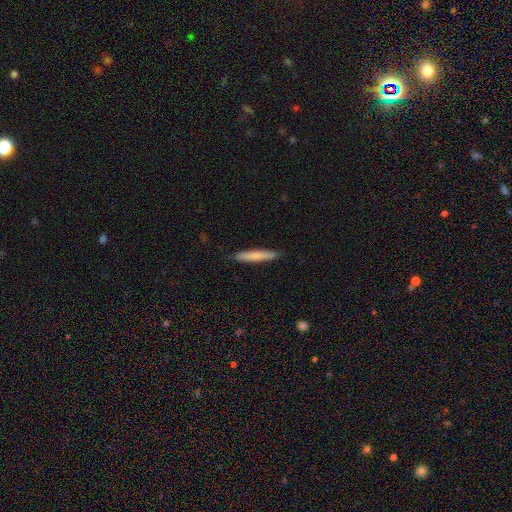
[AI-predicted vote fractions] This is likely a smooth galaxy (73%). How rounded: clearly cigar-shaped (95%). Merging: clearly none (89%).